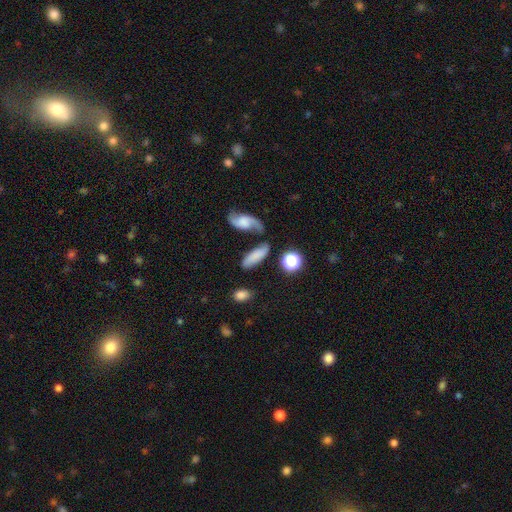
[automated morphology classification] A smooth galaxy with no disk features (66%) that is in between round and cigar-shaped (59%).

Vote fractions:
- Smooth or featured? smooth: 66% / featured or disk: 24% / star or artifact: 10%
- How rounded? in between: 59% / cigar-shaped: 33% / round: 8%
- Merging? none: 56% / minor disturbance: 19% / merger: 16% / major disturbance: 9%